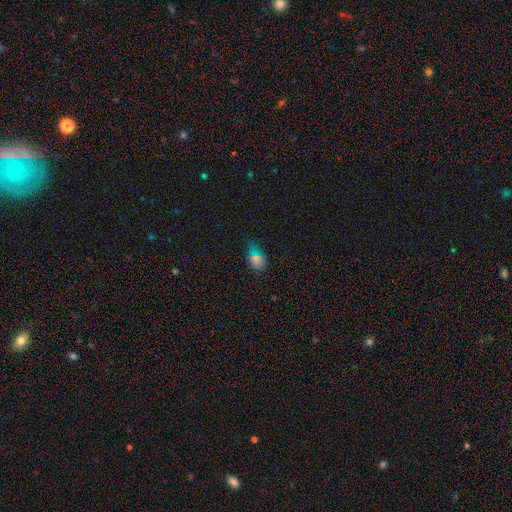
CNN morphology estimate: type=smooth (66%); roundness=in between (82%); merging=none (65%).